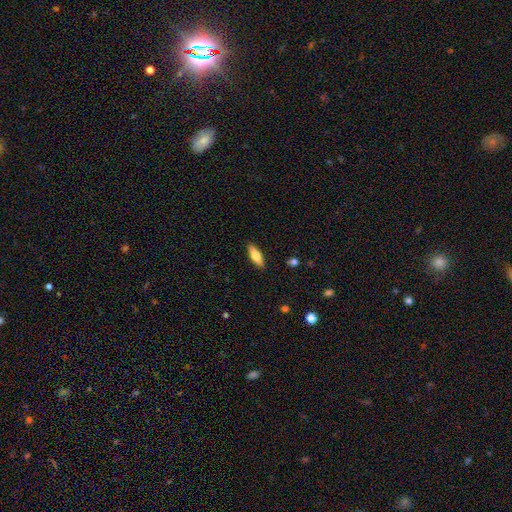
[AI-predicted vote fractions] This is likely a smooth galaxy (68%). How rounded: possibly cigar-shaped (49%, tied with in between). Merging: clearly none (89%).